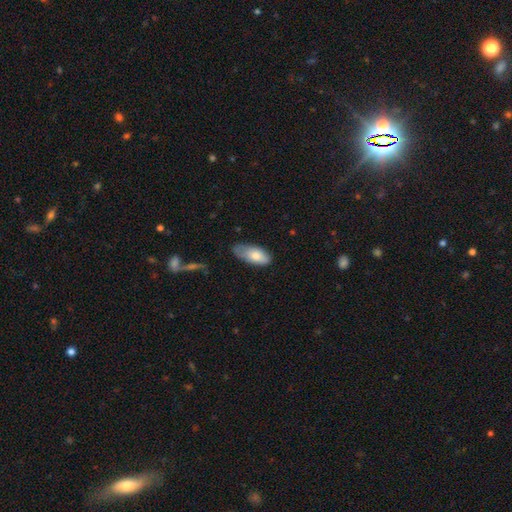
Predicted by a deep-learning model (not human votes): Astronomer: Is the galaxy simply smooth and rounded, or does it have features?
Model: smooth — 76%.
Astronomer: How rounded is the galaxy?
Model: in between — 88%.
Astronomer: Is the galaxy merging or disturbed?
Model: none — 53% (runner-up: minor disturbance, 36%).